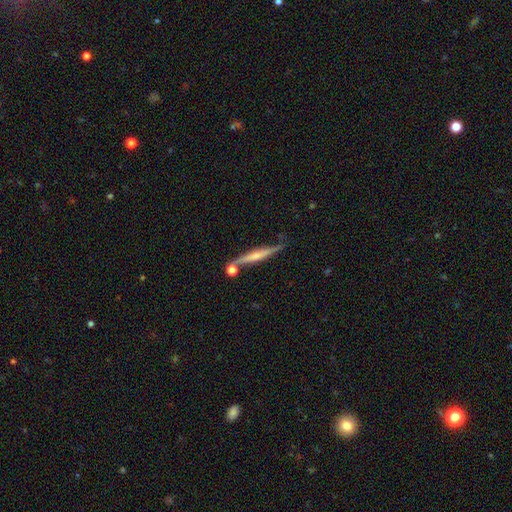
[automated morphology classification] smooth-or-featured: featured or disk: 61% | smooth: 32% | star or artifact: 7%
  disk-edge-on: yes: 94% | no: 6%
    edge-on-bulge: rounded: 54% | none: 32% | boxy: 14%
  merging: none: 69% | minor disturbance: 16% | merger: 11% | major disturbance: 4%